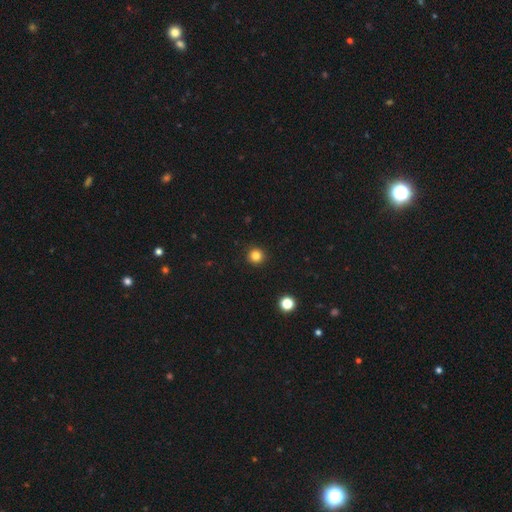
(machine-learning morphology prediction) This is clearly a smooth galaxy (83%). How rounded: clearly round (95%). Merging: clearly none (93%).